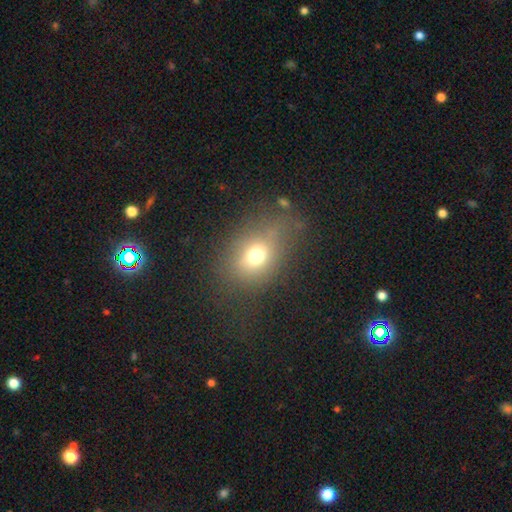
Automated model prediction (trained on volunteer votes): Smooth or featured?
  - smooth: 69% *
  - star or artifact: 17%
  - featured or disk: 15%
How rounded?
  - in between: 53% *
  - round: 45%
  - cigar-shaped: 2%
Merging?
  - none: 63% *
  - minor disturbance: 19%
  - major disturbance: 15%
  - merger: 3%